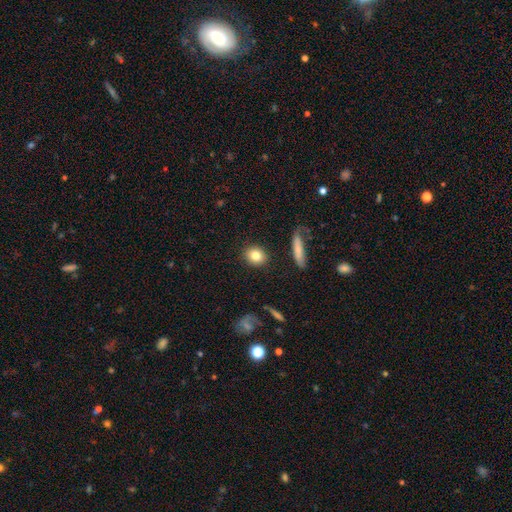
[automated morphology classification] This appears to be a smooth galaxy with no disk features (82%) that is round (69%). Merging: none (89%).